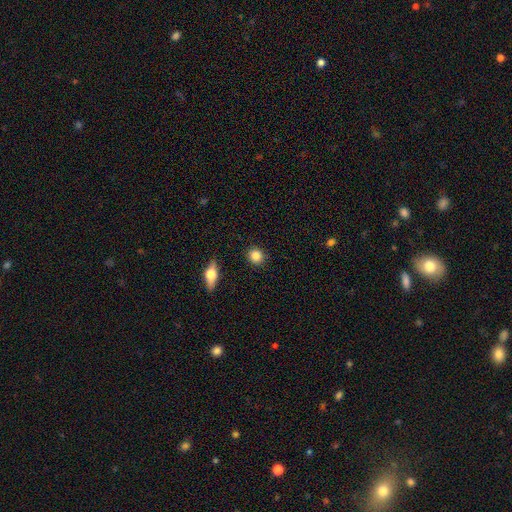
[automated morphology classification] Overall: smooth (84%). How rounded: round (88%). Merging: none (90%).